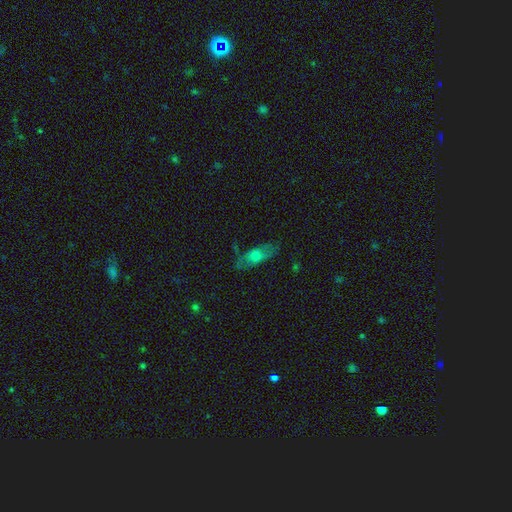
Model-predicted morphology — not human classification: This is possibly a smooth galaxy (57%). How rounded: likely in between (66%). Merging: likely none (68%).